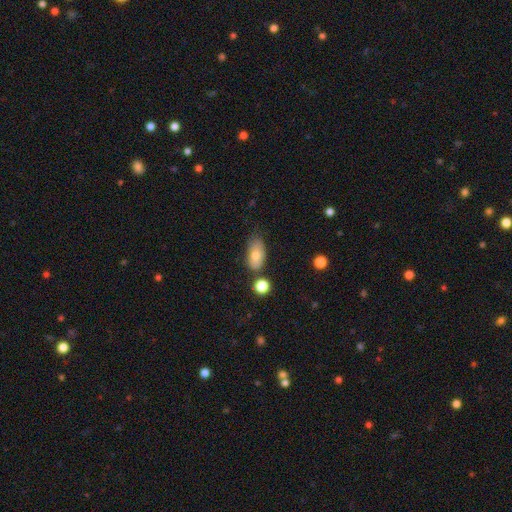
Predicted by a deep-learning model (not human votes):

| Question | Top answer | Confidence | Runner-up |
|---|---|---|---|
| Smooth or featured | smooth | 79% | featured or disk (13%) |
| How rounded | in between | 89% | round (7%) |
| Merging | none | 54% | minor disturbance (30%) |